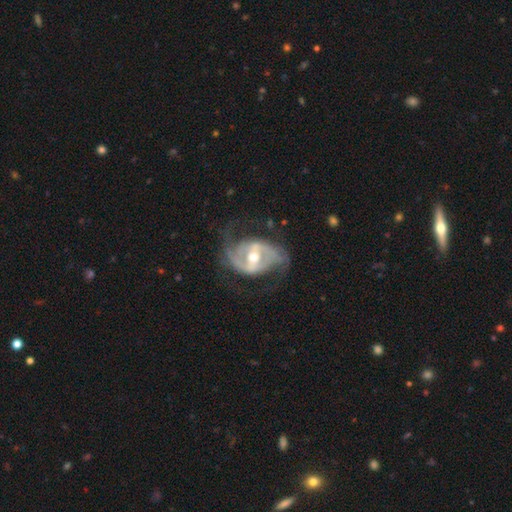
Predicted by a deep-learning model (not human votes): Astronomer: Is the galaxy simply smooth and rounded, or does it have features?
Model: featured or disk — 87%.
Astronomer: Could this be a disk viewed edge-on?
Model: no — 97%.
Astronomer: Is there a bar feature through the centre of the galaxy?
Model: weak — 41% (runner-up: strong, 39%).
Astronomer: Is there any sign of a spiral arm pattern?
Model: yes — 93%.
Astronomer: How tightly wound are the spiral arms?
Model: medium — 45% (runner-up: loose, 33%).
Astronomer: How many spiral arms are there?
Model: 2 — 84%.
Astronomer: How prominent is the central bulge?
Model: moderate — 74%.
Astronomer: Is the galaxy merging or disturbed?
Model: none — 65%.